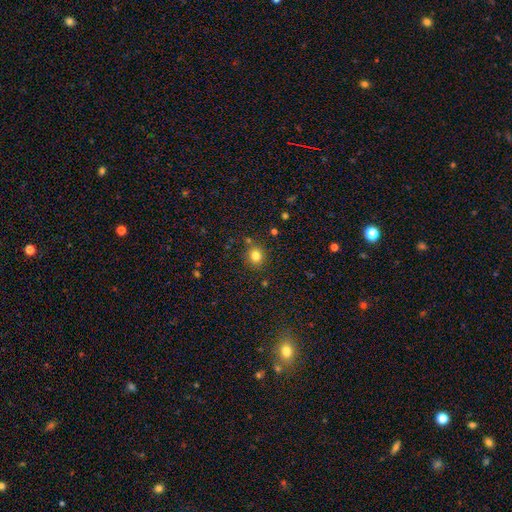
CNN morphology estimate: smooth-or-featured: smooth: 81% | star or artifact: 13% | featured or disk: 6%
  how-rounded: round: 80% | in between: 19% | cigar-shaped: 1%
  merging: none: 83% | minor disturbance: 9% | merger: 5% | major disturbance: 3%